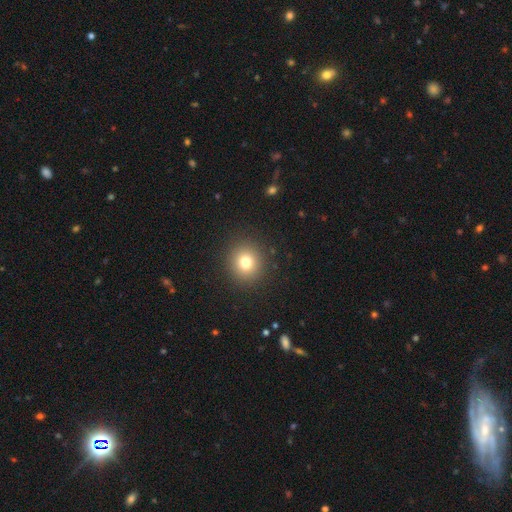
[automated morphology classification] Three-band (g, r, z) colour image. It shows a smooth galaxy with no disk features (68%) that is round (92%). Merging: none (92%).